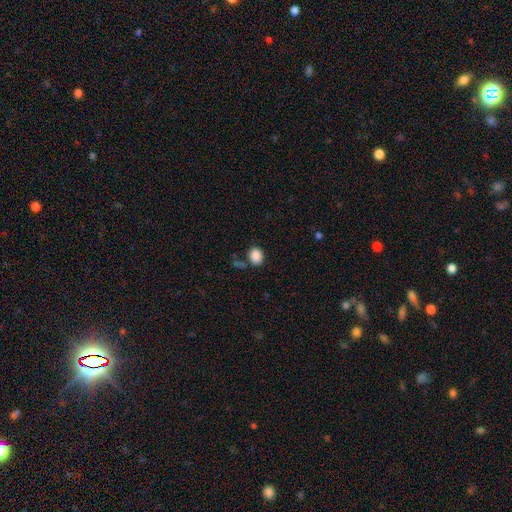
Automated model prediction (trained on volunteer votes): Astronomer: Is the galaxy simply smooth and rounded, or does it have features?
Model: smooth — 87%.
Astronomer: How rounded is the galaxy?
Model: in between — 55% (runner-up: round, 44%).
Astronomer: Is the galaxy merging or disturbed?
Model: none — 76%.